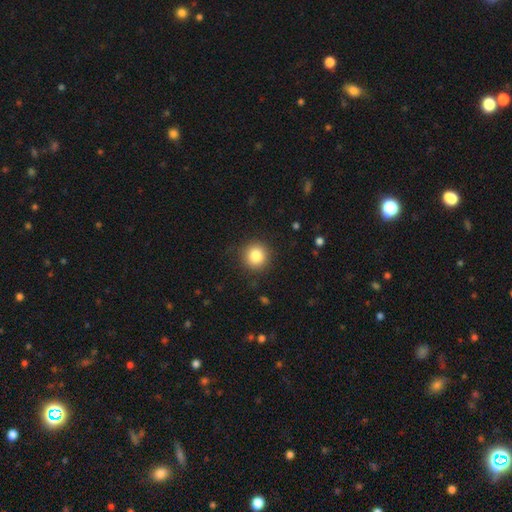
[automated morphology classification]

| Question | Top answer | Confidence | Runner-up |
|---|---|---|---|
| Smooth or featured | smooth | 83% | star or artifact (10%) |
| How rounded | round | 93% | in between (6%) |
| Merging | none | 89% | minor disturbance (8%) |